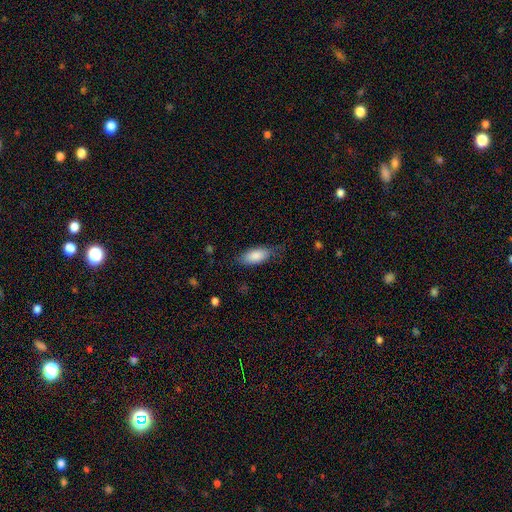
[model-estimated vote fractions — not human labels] Smooth or featured? smooth (85%)
How rounded? in between (84%)
Merging? none (68%)